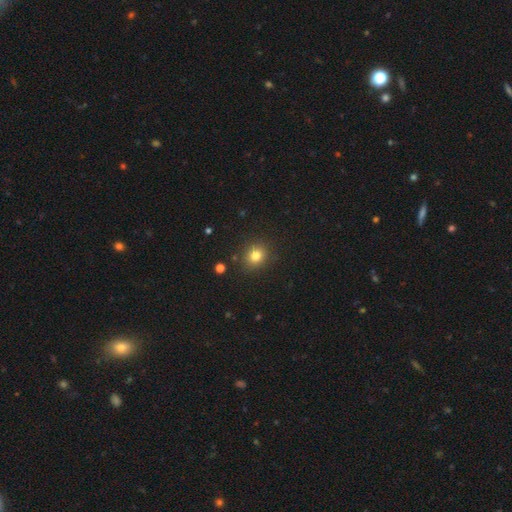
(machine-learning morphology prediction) This is likely a smooth galaxy (80%). How rounded: clearly round (81%). Merging: clearly none (87%).